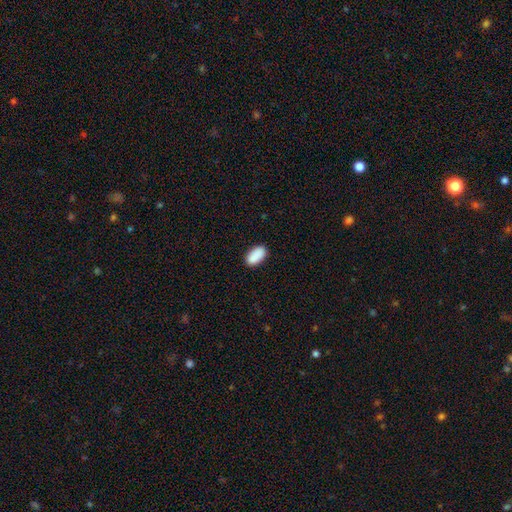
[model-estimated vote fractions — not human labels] A smooth galaxy with no disk features (90%) that is in between round and cigar-shaped (94%). Merging: none (86%).